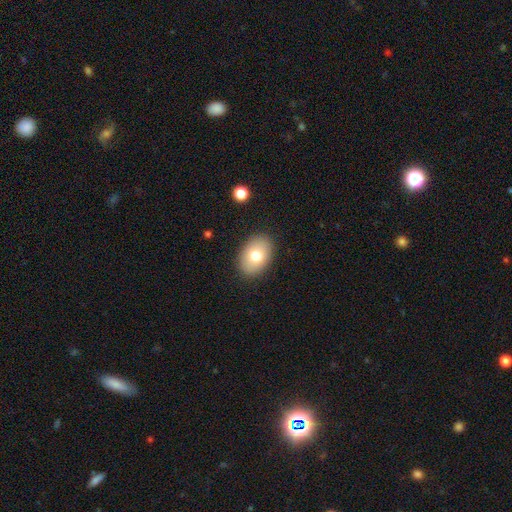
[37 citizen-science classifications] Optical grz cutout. It shows a smooth galaxy with no disk features (81%) that is in between round and cigar-shaped (83%). Merging: none (83%).